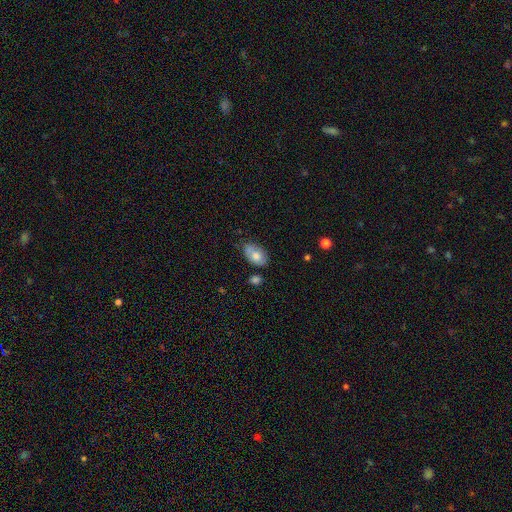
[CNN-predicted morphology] Smooth or featured?
  - smooth: 73% *
  - featured or disk: 20%
  - star or artifact: 8%
How rounded?
  - in between: 87% *
  - round: 12%
  - cigar-shaped: 1%
Merging?
  - none: 53% *
  - minor disturbance: 29%
  - merger: 12%
  - major disturbance: 7%